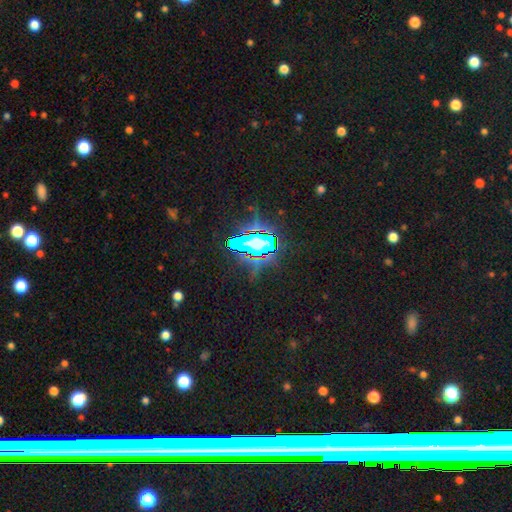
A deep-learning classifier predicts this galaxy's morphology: A star or artifact, not a galaxy (75%).

Vote fractions:
- Smooth or featured? star or artifact: 75% / smooth: 13% / featured or disk: 13%